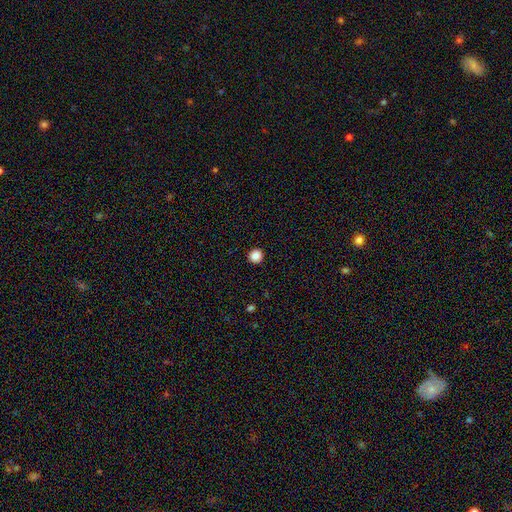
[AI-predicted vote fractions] smooth 87%, star or artifact 10%, featured or disk 3%. Down the decision tree: how rounded — round (95%); merging — none (93%).